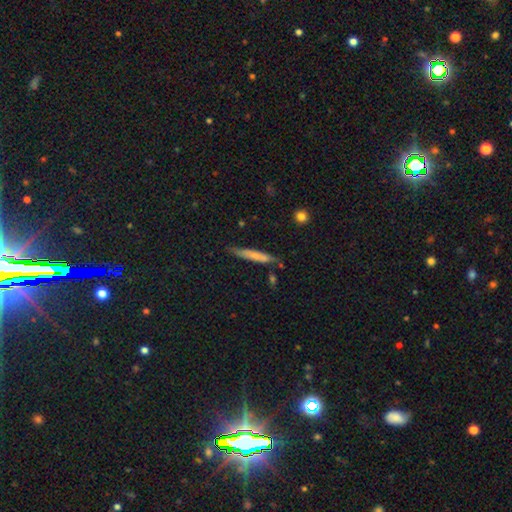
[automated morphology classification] The model was most divided on "smooth or featured": smooth: 65%, featured or disk: 29%, star or artifact: 7%. More confident: how rounded — cigar-shaped (92%); merging — none (71%).